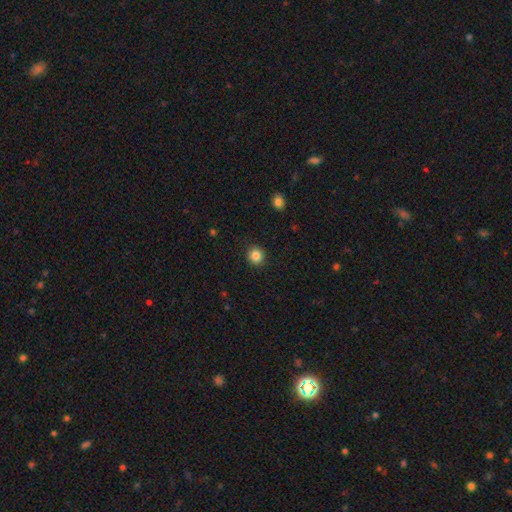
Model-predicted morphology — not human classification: smooth-or-featured: smooth: 85% | star or artifact: 11% | featured or disk: 4%
  how-rounded: round: 90% | in between: 9% | cigar-shaped: 1%
  merging: none: 92% | minor disturbance: 6% | major disturbance: 2% | merger: 1%